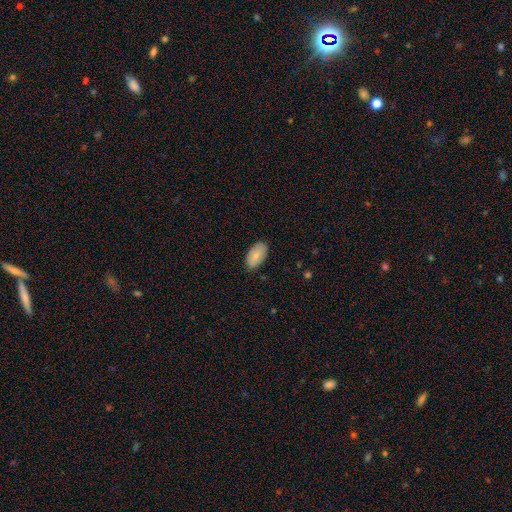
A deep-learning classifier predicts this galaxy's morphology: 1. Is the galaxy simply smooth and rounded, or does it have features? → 83% smooth, 10% featured or disk, 7% star or artifact.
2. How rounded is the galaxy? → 95% in between, 3% round, 2% cigar-shaped.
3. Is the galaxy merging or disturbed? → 86% none, 11% minor disturbance, 2% major disturbance, 1% merger.